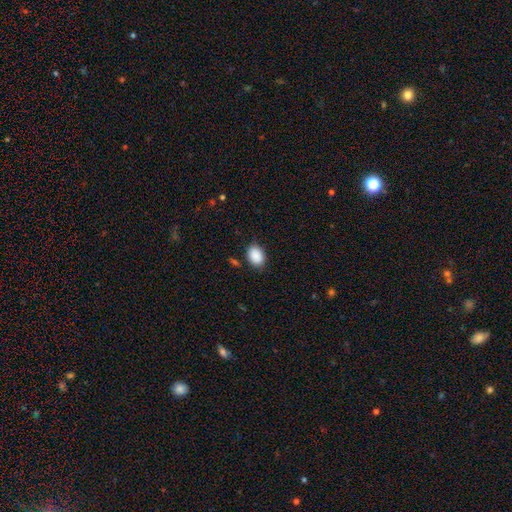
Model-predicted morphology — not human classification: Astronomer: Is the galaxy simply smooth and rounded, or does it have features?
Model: smooth — 90%.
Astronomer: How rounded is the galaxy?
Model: in between — 77%.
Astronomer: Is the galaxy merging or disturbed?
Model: none — 81%.